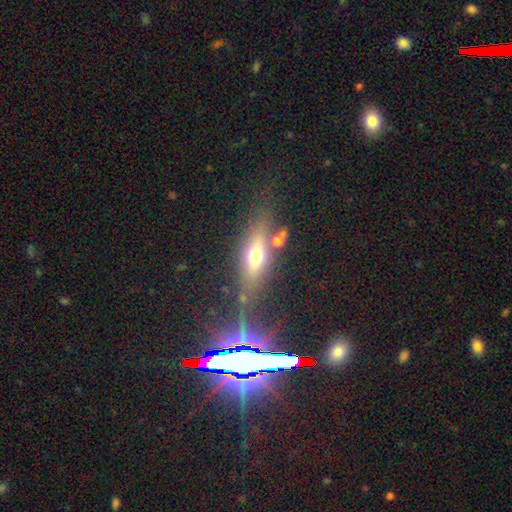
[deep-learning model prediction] A smooth galaxy with no disk features (44%). Merging: none (64%).